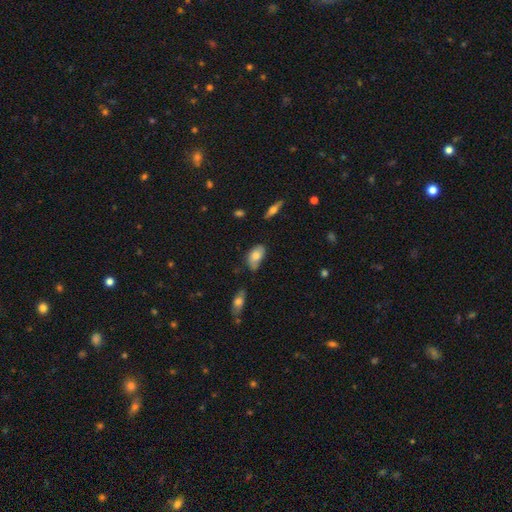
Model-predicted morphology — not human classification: This appears to be a smooth galaxy with no disk features (77%) that is in between round and cigar-shaped (93%). Merging: none (51%).